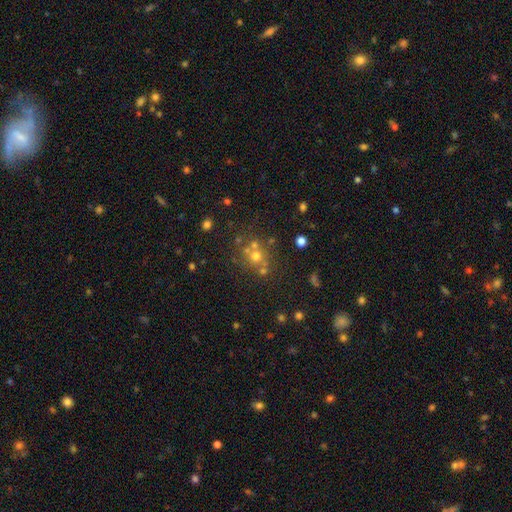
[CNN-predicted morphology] Q: Smooth or featured?
A: smooth (53%); runner-up: star or artifact (30%)
Q: How rounded?
A: round (82%); runner-up: in between (17%)
Q: Merging?
A: none (60%); runner-up: merger (26%)